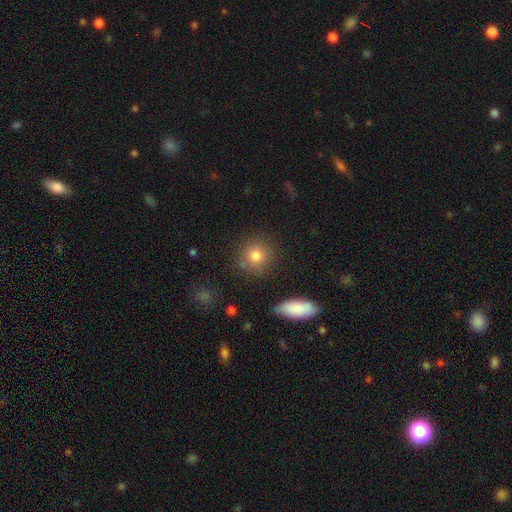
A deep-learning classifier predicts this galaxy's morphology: Q: Smooth or featured?
A: smooth (82%); runner-up: star or artifact (10%)
Q: How rounded?
A: round (88%); runner-up: in between (10%)
Q: Merging?
A: none (82%); runner-up: minor disturbance (10%)